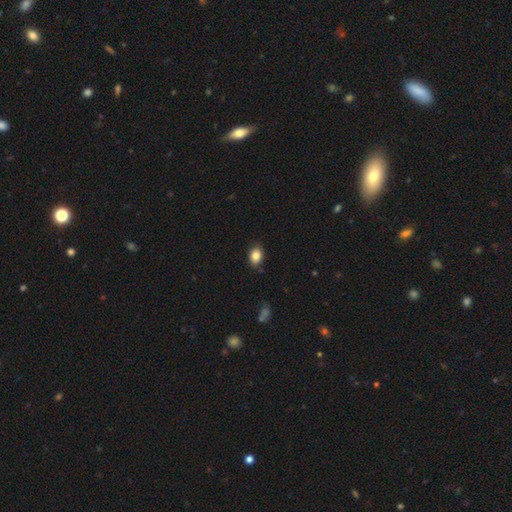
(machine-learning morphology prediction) Smooth or featured: smooth — 85% (star or artifact — 9%)
How rounded: in between — 72% (round — 27%)
Merging: none — 84% (minor disturbance — 12%)